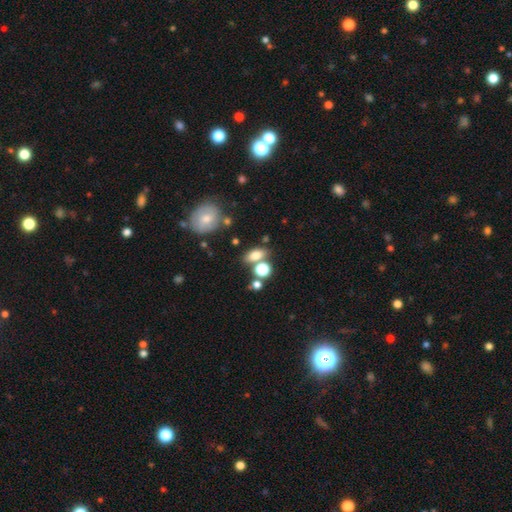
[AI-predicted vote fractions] smooth_or_featured: smooth (p=0.74) [alt: star or artifact p=0.13]
how_rounded: in between (p=0.76) [alt: round p=0.19]
merging: none (p=0.63) [alt: merger p=0.20]